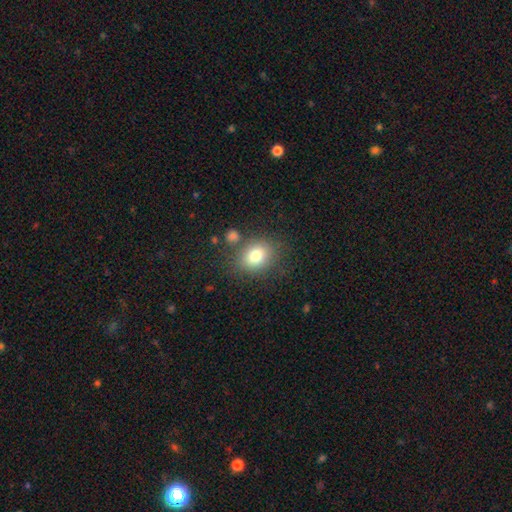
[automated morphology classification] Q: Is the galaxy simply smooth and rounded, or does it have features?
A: smooth — 79%.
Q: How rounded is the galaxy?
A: round — 51%.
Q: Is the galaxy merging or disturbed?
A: none — 75%.